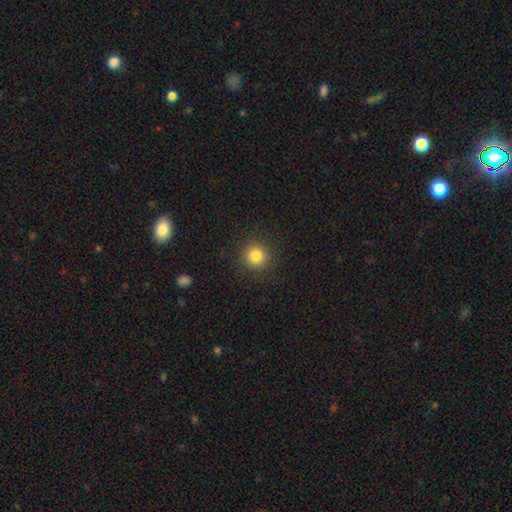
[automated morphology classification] Q: Smooth or featured?
A: smooth (83%); runner-up: star or artifact (12%)
Q: How rounded?
A: round (93%); runner-up: in between (6%)
Q: Merging?
A: none (91%); runner-up: minor disturbance (6%)